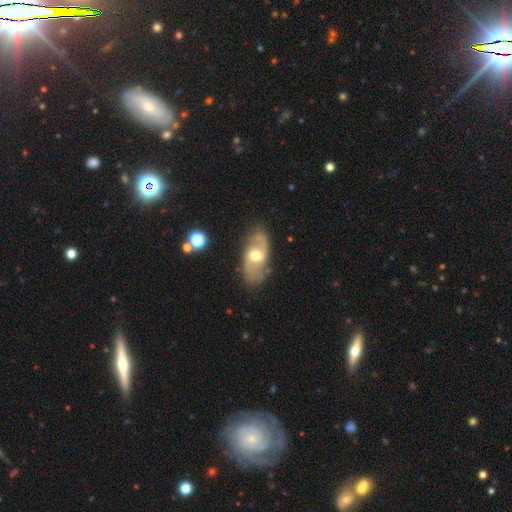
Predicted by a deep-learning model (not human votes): Smooth or featured? Predicted: featured or disk (p=0.63). Edge-on disk? Predicted: no (p=0.90). Bar? Predicted: no (p=0.50). Spiral arms? Predicted: yes (p=0.74). Bulge size? Predicted: moderate (p=0.71). Merging? Predicted: none (p=0.75).